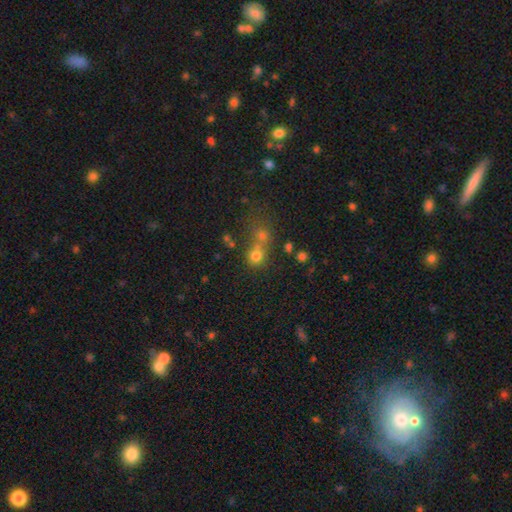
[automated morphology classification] smooth_or_featured: smooth (p=0.72) [alt: star or artifact p=0.18]
how_rounded: round (p=0.84) [alt: in between p=0.15]
merging: none (p=0.45) [alt: merger p=0.43]